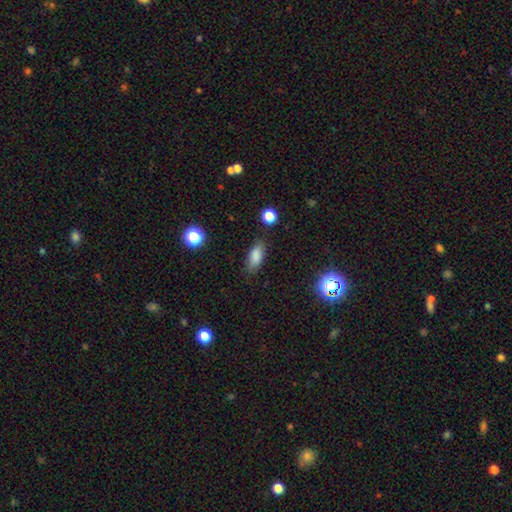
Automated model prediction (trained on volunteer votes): smooth_or_featured: smooth (p=0.83) [alt: star or artifact p=0.10]
how_rounded: in between (p=0.81) [alt: cigar-shaped p=0.14]
merging: none (p=0.80) [alt: minor disturbance p=0.14]